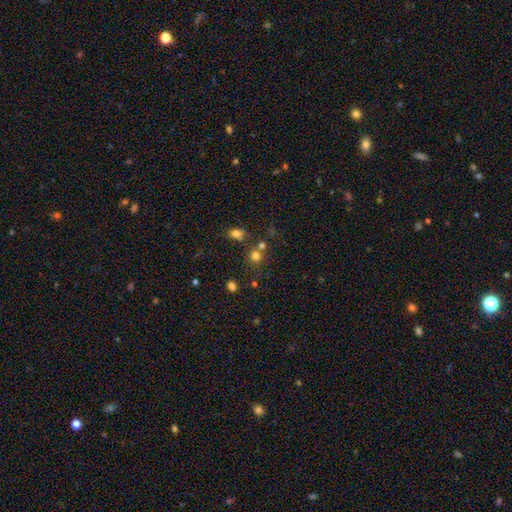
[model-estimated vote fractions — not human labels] Overall: smooth (73%). How rounded: round (84%). Merging: none (65%).